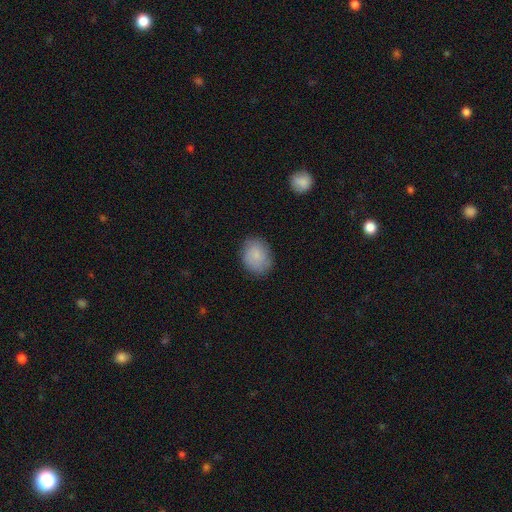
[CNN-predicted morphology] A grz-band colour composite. It shows a smooth galaxy with no disk features (85%) that is in between round and cigar-shaped (51%). Merging: none (82%).